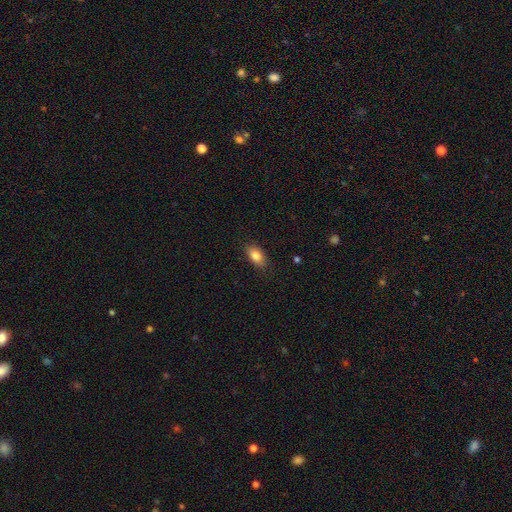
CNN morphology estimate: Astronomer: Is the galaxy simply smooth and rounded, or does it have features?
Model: smooth — 83%.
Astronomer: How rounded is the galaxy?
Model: in between — 88%.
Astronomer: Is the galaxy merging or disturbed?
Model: none — 84%.